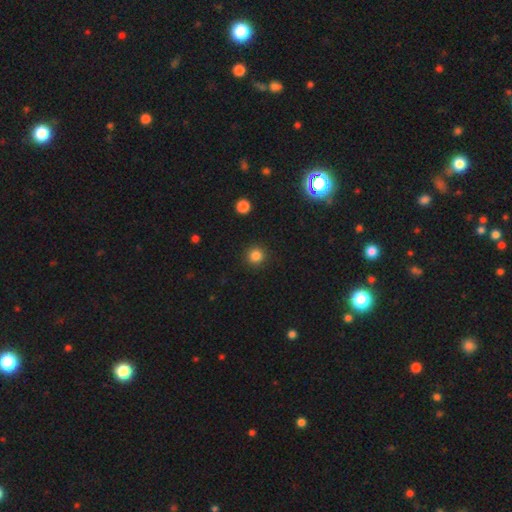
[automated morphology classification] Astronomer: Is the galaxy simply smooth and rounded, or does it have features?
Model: smooth — 83%.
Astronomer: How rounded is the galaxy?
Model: round — 95%.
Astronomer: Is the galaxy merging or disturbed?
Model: none — 92%.